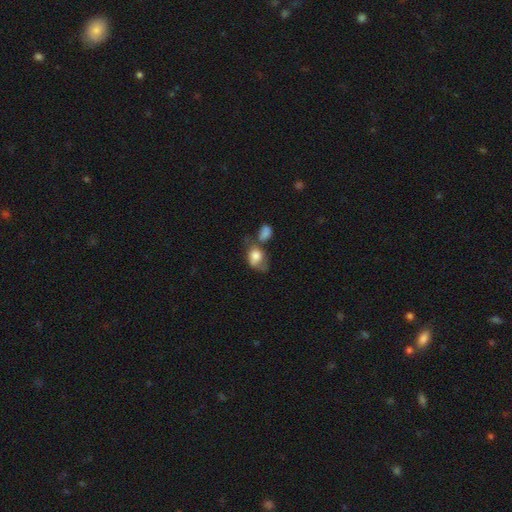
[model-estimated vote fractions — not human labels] A smooth galaxy with no disk features (71%) that is in between round and cigar-shaped (67%). Merging: merger (34%).